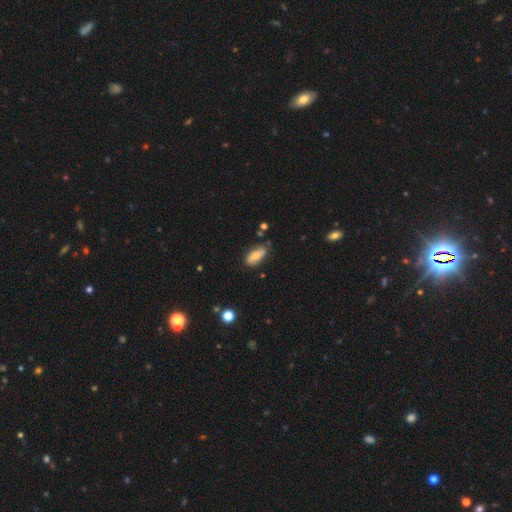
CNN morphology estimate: smooth_or_featured: smooth (p=0.62) [alt: featured or disk p=0.31]
how_rounded: in between (p=0.82) [alt: cigar-shaped p=0.15]
merging: none (p=0.73) [alt: minor disturbance p=0.20]